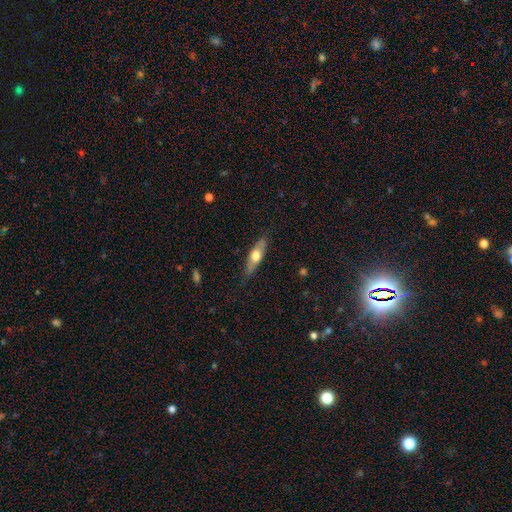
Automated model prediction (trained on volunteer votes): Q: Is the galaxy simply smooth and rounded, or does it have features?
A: smooth — 52%.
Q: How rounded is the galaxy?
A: cigar-shaped — 61%.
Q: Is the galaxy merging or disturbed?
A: none — 83%.